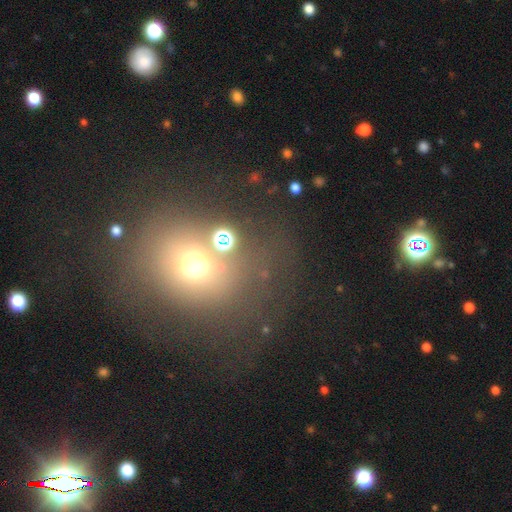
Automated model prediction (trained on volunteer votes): The model was most divided on "smooth or featured": smooth: 55%, star or artifact: 29%, featured or disk: 16%. More confident: how rounded — round (78%); merging — none (59%).